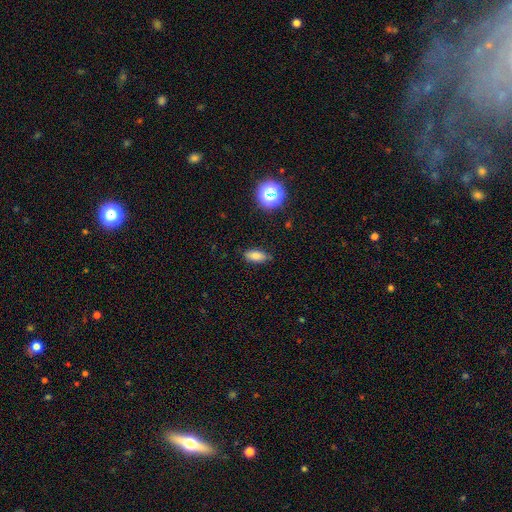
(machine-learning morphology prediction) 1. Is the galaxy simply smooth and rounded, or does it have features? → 79% smooth, 12% star or artifact, 9% featured or disk.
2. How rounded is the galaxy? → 81% in between, 14% cigar-shaped, 5% round.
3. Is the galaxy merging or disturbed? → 80% none, 15% minor disturbance, 3% major disturbance, 1% merger.